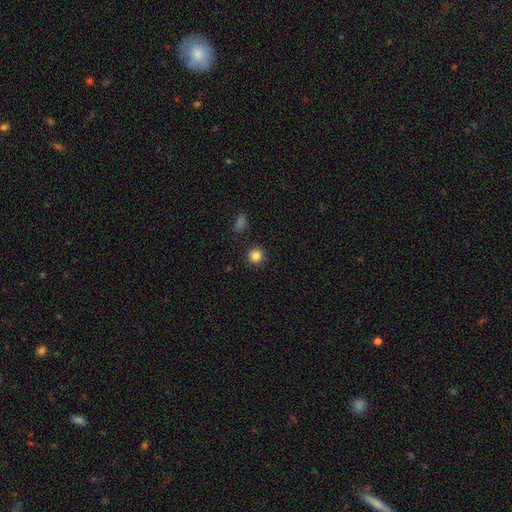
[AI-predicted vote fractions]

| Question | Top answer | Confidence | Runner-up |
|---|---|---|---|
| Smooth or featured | smooth | 85% | star or artifact (11%) |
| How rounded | round | 93% | in between (6%) |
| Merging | none | 91% | minor disturbance (6%) |